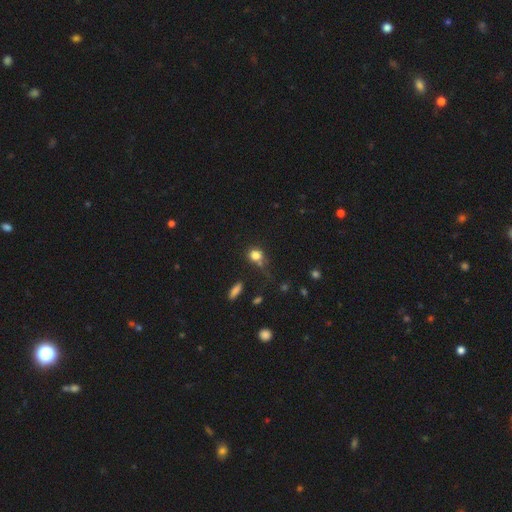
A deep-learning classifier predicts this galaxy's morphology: Smooth or featured? Predicted: smooth (p=0.79). How rounded? Predicted: round (p=0.74). Merging? Predicted: none (p=0.56).